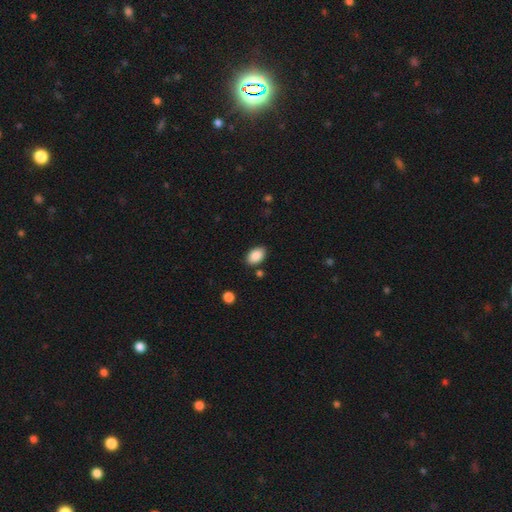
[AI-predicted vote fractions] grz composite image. It shows a smooth galaxy with no disk features (89%) that is in between round and cigar-shaped (90%). Merging: none (85%).